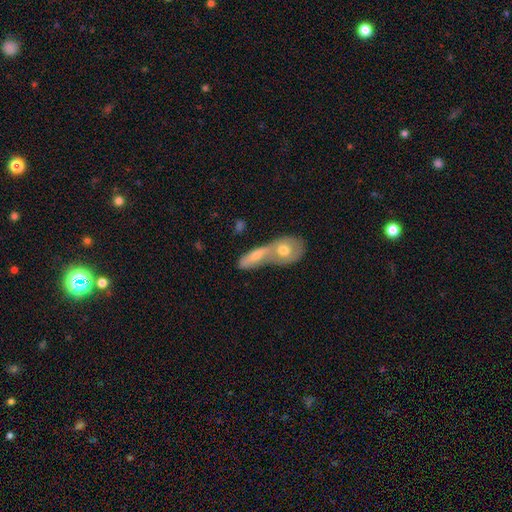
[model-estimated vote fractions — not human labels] Smooth or featured: smooth — 65% (featured or disk — 28%)
How rounded: in between — 62% (cigar-shaped — 27%)
Merging: merger — 73% (none — 17%)